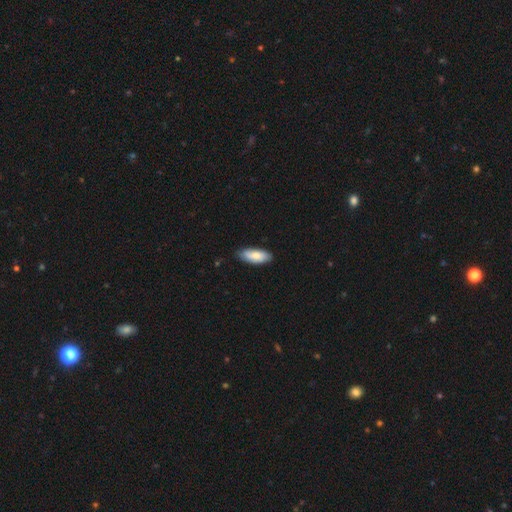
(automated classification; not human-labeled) smooth_or_featured: smooth (p=0.77) [alt: featured or disk p=0.18]
how_rounded: in between (p=0.78) [alt: cigar-shaped p=0.20]
merging: none (p=0.82) [alt: minor disturbance p=0.15]